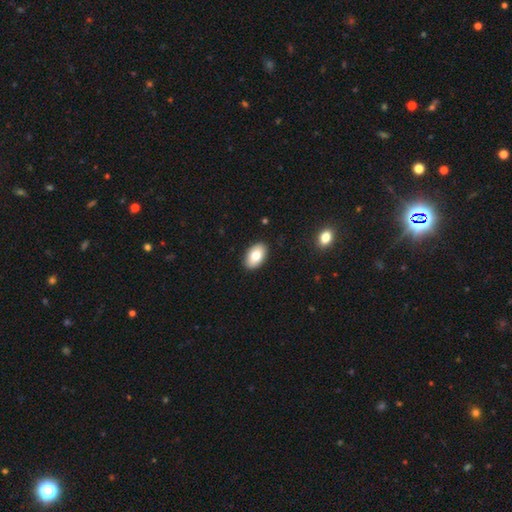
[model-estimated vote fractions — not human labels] Smooth or featured: smooth — 79% (featured or disk — 14%)
How rounded: in between — 92% (round — 7%)
Merging: none — 90% (minor disturbance — 8%)